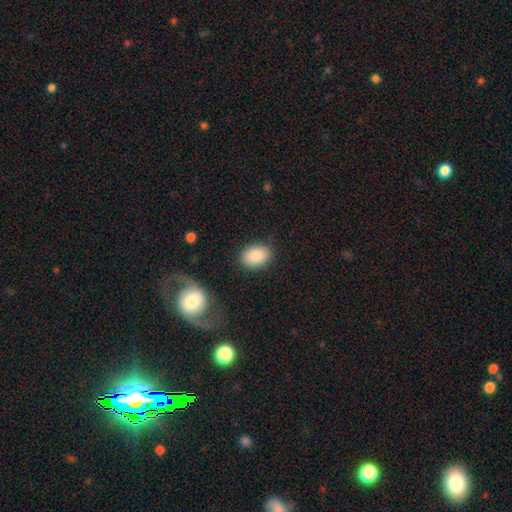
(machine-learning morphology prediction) Q: Smooth or featured?
A: smooth (87%); runner-up: star or artifact (7%)
Q: How rounded?
A: in between (80%); runner-up: round (19%)
Q: Merging?
A: none (84%); runner-up: minor disturbance (11%)